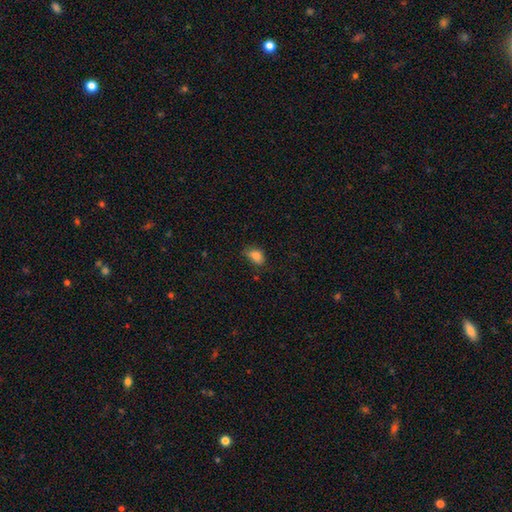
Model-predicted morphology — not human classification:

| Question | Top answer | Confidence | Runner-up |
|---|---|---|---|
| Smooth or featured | smooth | 84% | star or artifact (10%) |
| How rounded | in between | 80% | round (18%) |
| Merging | none | 62% | minor disturbance (29%) |